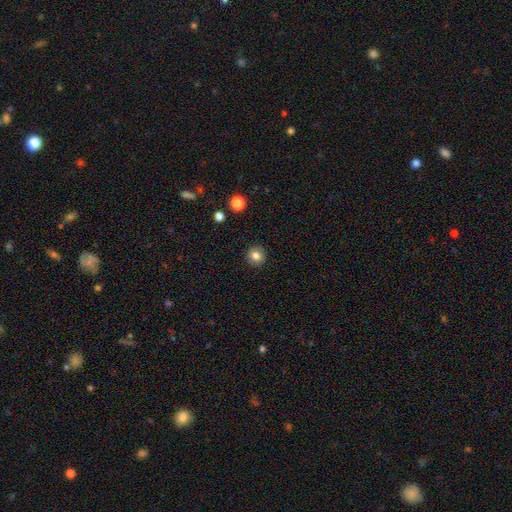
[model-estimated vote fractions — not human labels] Smooth or featured? smooth (81%)
How rounded? round (93%)
Merging? none (92%)